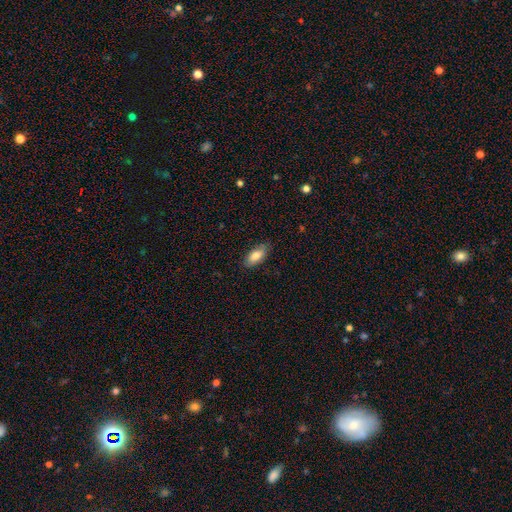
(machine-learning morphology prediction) smooth 82%, featured or disk 11%, star or artifact 6%. Down the decision tree: how rounded — in between (88%); merging — none (80%).